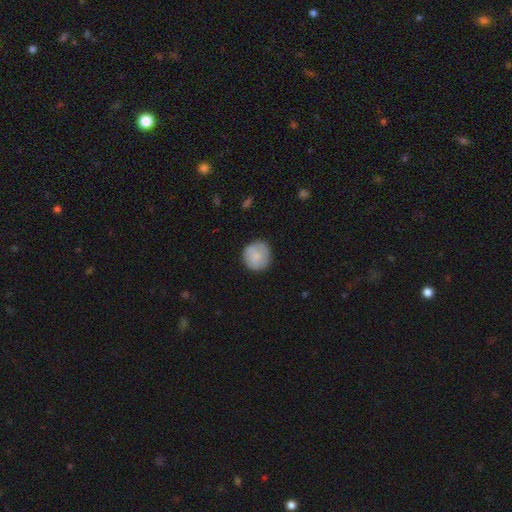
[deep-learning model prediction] This appears to be a smooth galaxy with no disk features (80%) that is round (92%). Merging: none (80%).